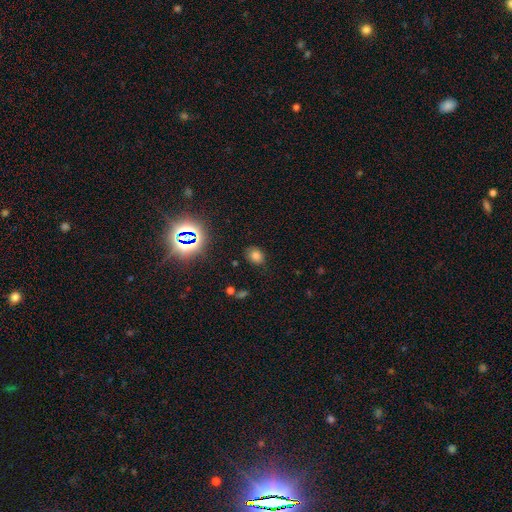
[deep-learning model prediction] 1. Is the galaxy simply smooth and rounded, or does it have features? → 73% smooth, 19% star or artifact, 7% featured or disk.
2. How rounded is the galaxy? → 52% in between, 47% round, 1% cigar-shaped.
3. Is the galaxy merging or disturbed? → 79% none, 14% minor disturbance, 4% major disturbance, 2% merger.